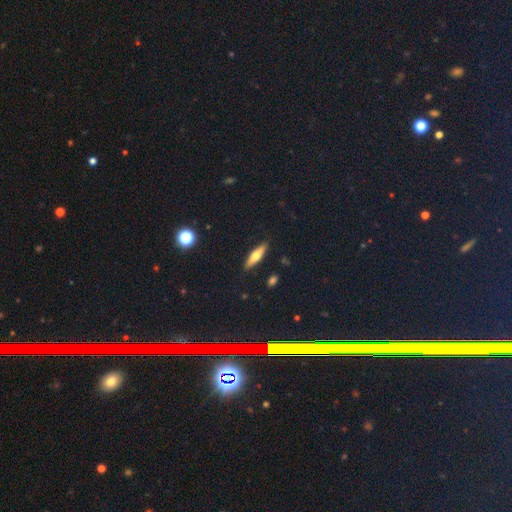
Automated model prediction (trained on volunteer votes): Q: Smooth or featured?
A: smooth (51%); runner-up: featured or disk (41%)
Q: How rounded?
A: cigar-shaped (68%); runner-up: in between (29%)
Q: Merging?
A: none (89%); runner-up: minor disturbance (8%)